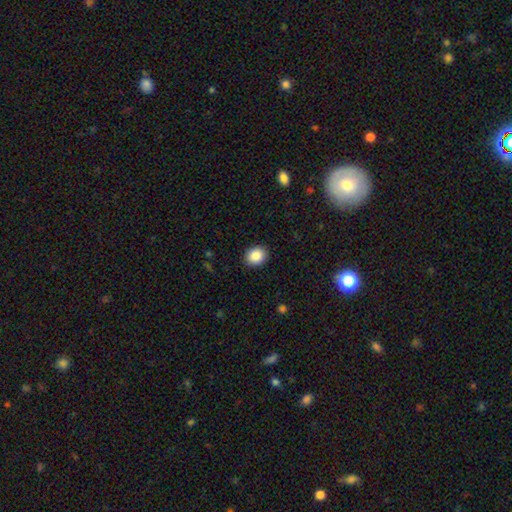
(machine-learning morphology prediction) A smooth galaxy with no disk features (87%) that is round (60%). Merging: none (90%).